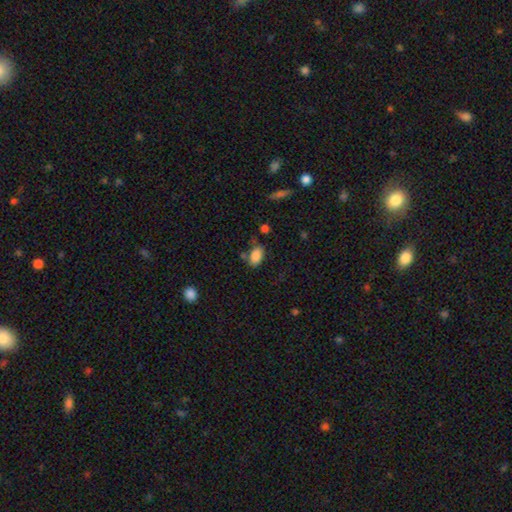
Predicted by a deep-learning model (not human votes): Smooth or featured: smooth — 86% (star or artifact — 8%)
How rounded: in between — 91% (round — 7%)
Merging: none — 67% (minor disturbance — 19%)